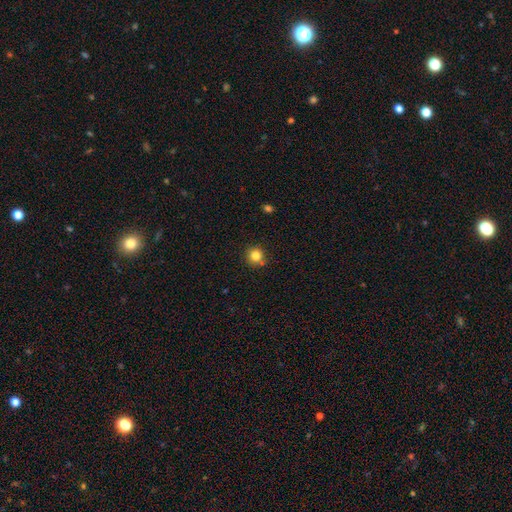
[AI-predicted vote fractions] A smooth galaxy with no disk features (83%) that is round (93%).

Vote fractions:
- Smooth or featured? smooth: 83% / star or artifact: 12% / featured or disk: 5%
- How rounded? round: 93% / in between: 6% / cigar-shaped: 1%
- Merging? none: 83% / minor disturbance: 9% / merger: 6% / major disturbance: 2%